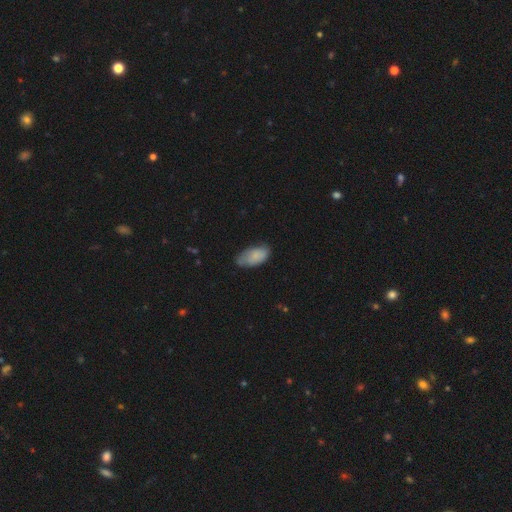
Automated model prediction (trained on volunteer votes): Q: Smooth or featured?
A: smooth (83%); runner-up: featured or disk (10%)
Q: How rounded?
A: in between (93%); runner-up: cigar-shaped (4%)
Q: Merging?
A: none (57%); runner-up: minor disturbance (34%)